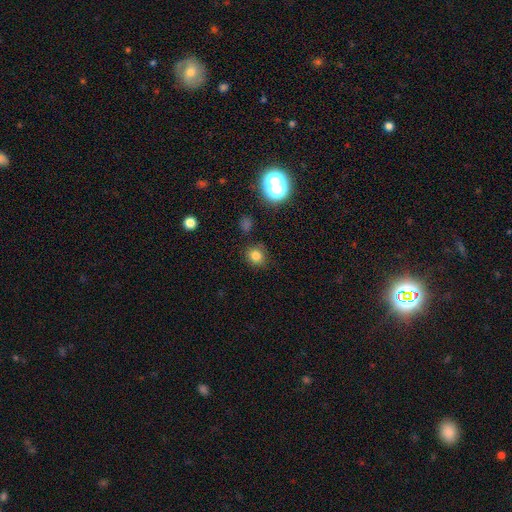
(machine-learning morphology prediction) Smooth or featured: smooth — 78% (star or artifact — 15%)
How rounded: round — 79% (in between — 20%)
Merging: none — 84% (minor disturbance — 11%)